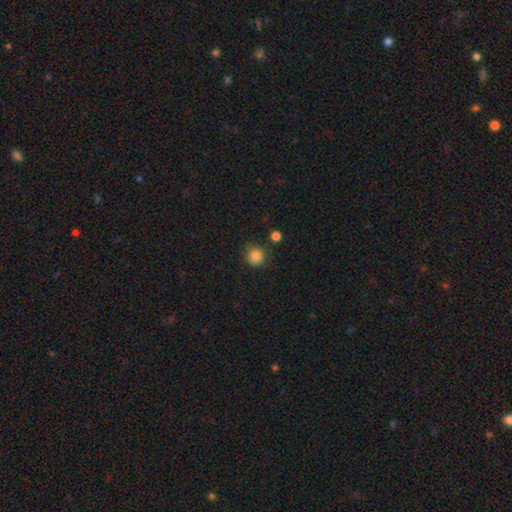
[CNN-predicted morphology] Q: Smooth or featured?
A: smooth (85%); runner-up: star or artifact (11%)
Q: How rounded?
A: round (88%); runner-up: in between (11%)
Q: Merging?
A: none (76%); runner-up: minor disturbance (15%)